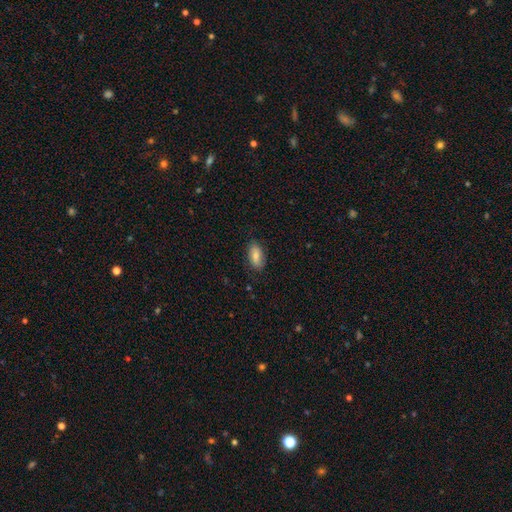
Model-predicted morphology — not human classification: Smooth or featured: smooth — 74% (featured or disk — 19%)
How rounded: in between — 92% (cigar-shaped — 4%)
Merging: none — 80% (minor disturbance — 16%)